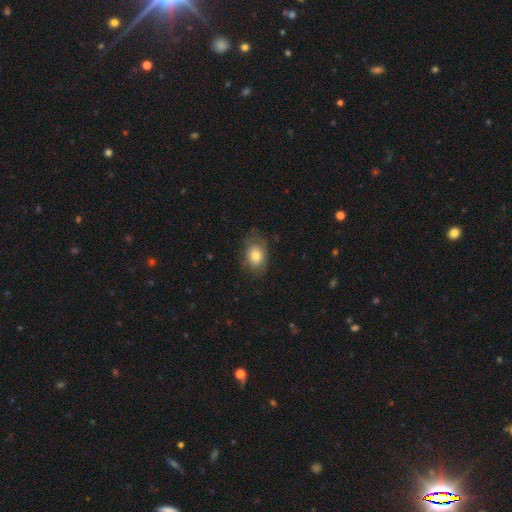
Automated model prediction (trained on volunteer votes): The model was most divided on "how rounded": in between: 68%, round: 31%, cigar-shaped: 1%. More confident: smooth or featured — smooth (78%); merging — none (68%).